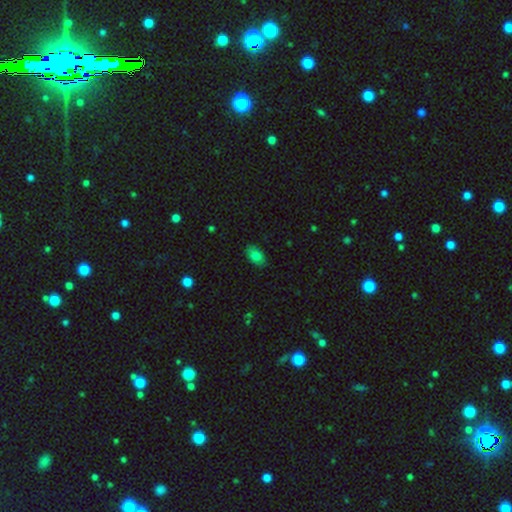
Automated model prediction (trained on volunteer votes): smooth_or_featured: smooth (p=0.80) [alt: featured or disk p=0.11]
how_rounded: in between (p=0.89) [alt: round p=0.09]
merging: none (p=0.85) [alt: minor disturbance p=0.12]